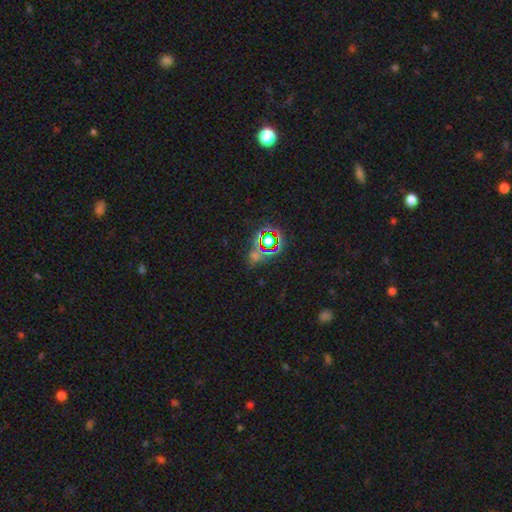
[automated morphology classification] smooth_or_featured: star or artifact (p=0.68) [alt: smooth p=0.23]